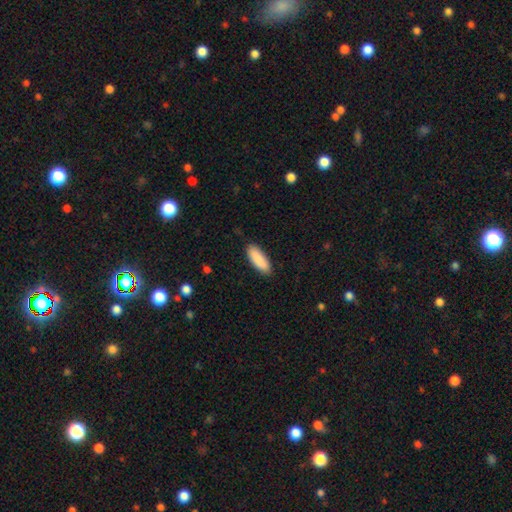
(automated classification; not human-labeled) Overall: smooth (89%). How rounded: in between (65%; cigar-shaped 34%). Merging: none (89%).